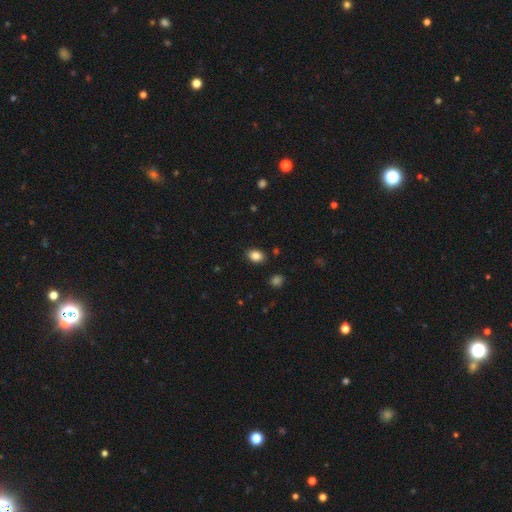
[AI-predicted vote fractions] smooth-or-featured: smooth: 86% | star or artifact: 9% | featured or disk: 5%
  how-rounded: in between: 76% | round: 22% | cigar-shaped: 1%
  merging: none: 87% | minor disturbance: 9% | major disturbance: 2% | merger: 2%